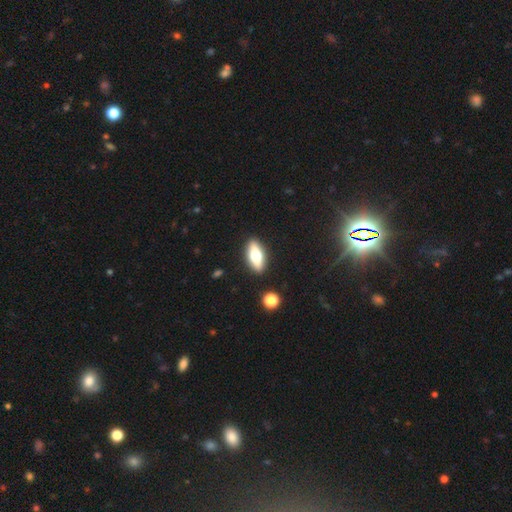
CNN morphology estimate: smooth-or-featured: smooth: 54% | featured or disk: 39% | star or artifact: 7%
  how-rounded: in between: 70% | cigar-shaped: 26% | round: 4%
  merging: none: 89% | minor disturbance: 7% | major disturbance: 2% | merger: 2%